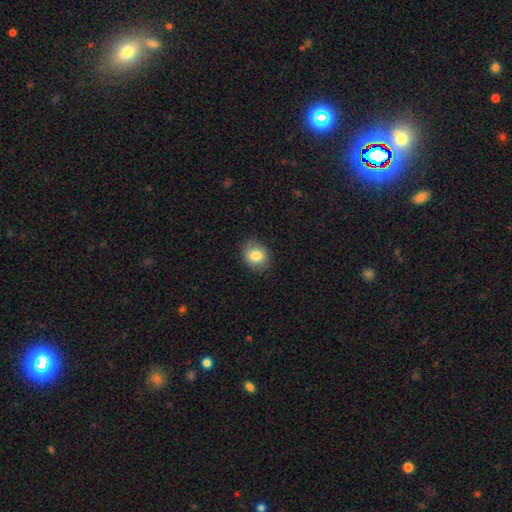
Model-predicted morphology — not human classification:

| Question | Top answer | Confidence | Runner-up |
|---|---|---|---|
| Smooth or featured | smooth | 83% | featured or disk (9%) |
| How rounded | in between | 51% | round (48%) |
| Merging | none | 85% | minor disturbance (11%) |